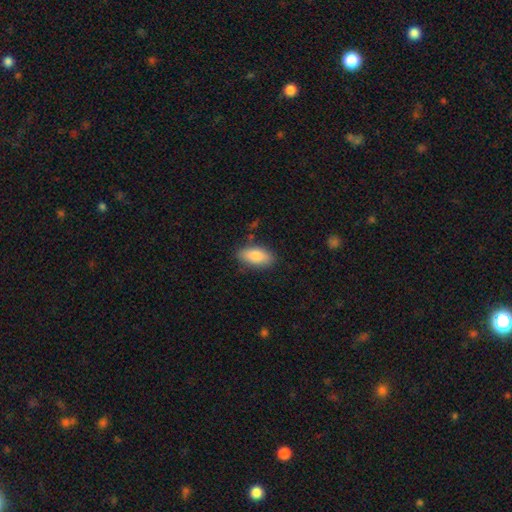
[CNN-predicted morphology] Smooth or featured: smooth — 85% (featured or disk — 9%)
How rounded: in between — 89% (cigar-shaped — 8%)
Merging: none — 83% (minor disturbance — 13%)